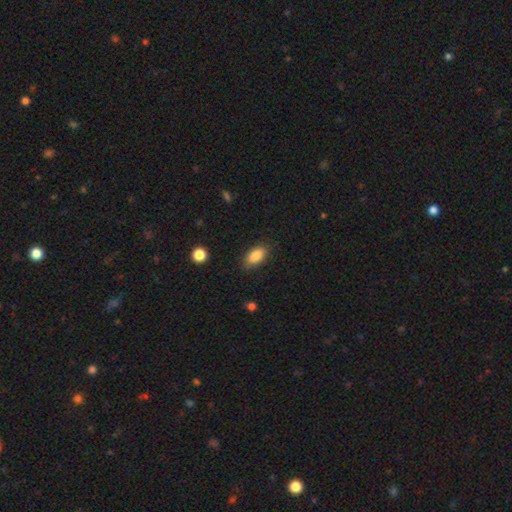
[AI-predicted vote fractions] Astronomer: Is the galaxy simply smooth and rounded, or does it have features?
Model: smooth — 86%.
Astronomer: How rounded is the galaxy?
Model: in between — 90%.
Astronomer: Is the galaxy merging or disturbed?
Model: none — 80%.